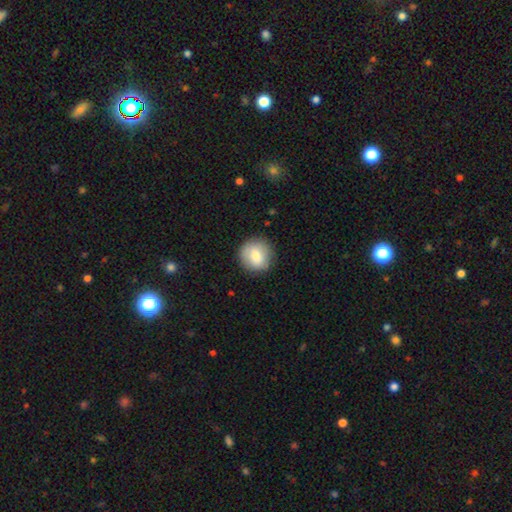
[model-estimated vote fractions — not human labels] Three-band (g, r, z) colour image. It shows a smooth galaxy with no disk features (77%) that is round (91%). Merging: none (86%).